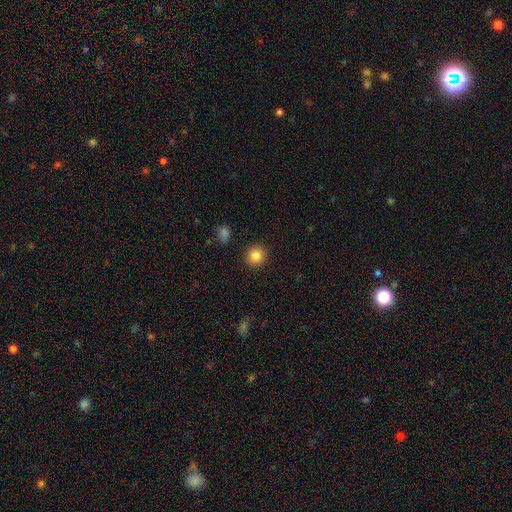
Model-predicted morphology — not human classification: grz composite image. It shows a smooth galaxy with no disk features (86%) that is round (90%). Merging: none (91%).